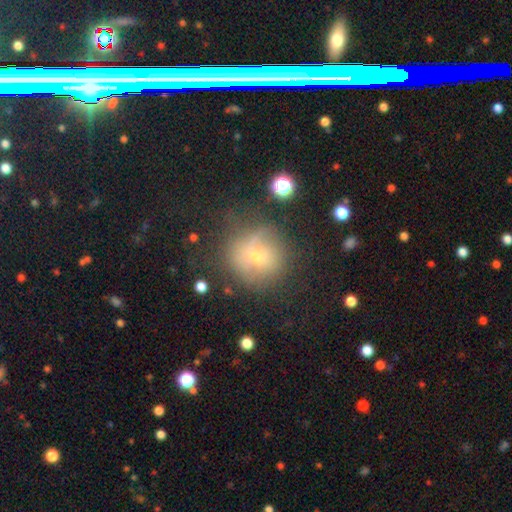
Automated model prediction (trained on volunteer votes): Overall: smooth (54%; featured or disk 28%). How rounded: round (89%). Merging: none (59%; minor disturbance 23%).